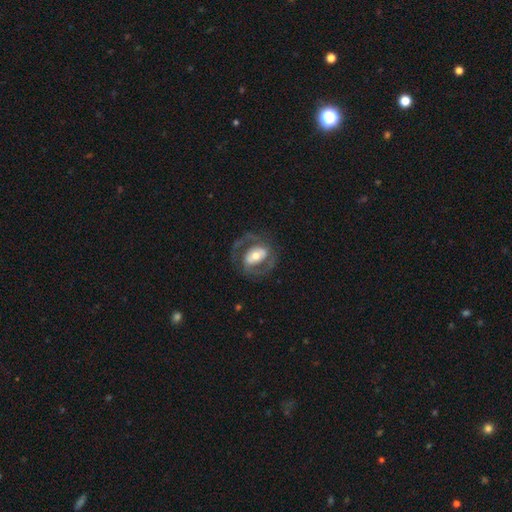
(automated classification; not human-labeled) This appears to be a featured or disk galaxy (69%) with no bar (43%), spiral arms (68%) and a moderate central bulge (61%). Merging: none (67%).